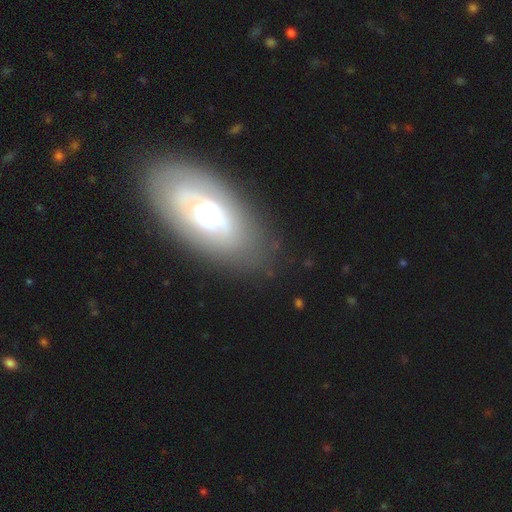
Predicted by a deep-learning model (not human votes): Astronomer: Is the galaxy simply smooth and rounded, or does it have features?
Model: featured or disk — 61%.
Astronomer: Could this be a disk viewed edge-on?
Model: no — 88%.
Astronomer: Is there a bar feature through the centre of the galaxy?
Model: no — 79%.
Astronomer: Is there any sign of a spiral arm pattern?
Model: no — 59% (runner-up: yes, 41%).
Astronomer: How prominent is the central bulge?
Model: moderate — 59%.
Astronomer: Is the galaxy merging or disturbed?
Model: none — 82%.